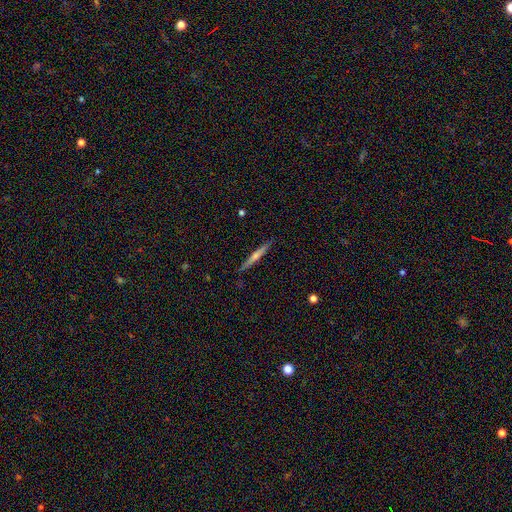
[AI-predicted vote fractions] Smooth or featured: featured or disk — 55% (smooth — 39%)
Edge-on disk: yes — 97% (no — 3%)
Edge-on bulge: rounded — 59% (none — 35%)
Merging: none — 90% (minor disturbance — 8%)